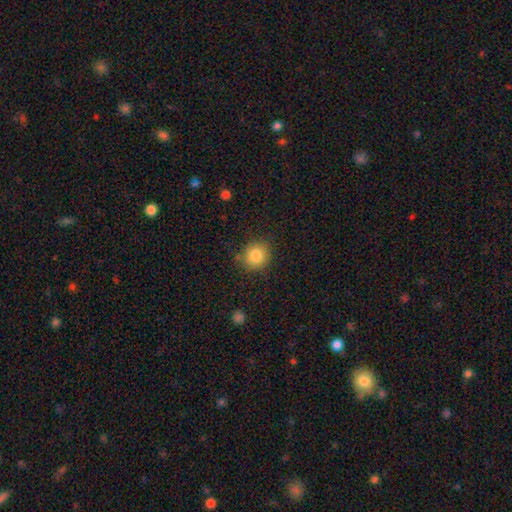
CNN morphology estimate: This is clearly a smooth galaxy (83%). How rounded: clearly round (84%). Merging: clearly none (83%).